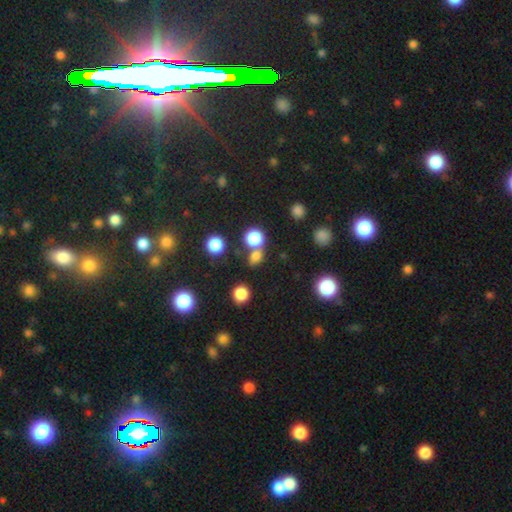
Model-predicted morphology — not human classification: smooth_or_featured: smooth (p=0.75) [alt: star or artifact p=0.18]
how_rounded: round (p=0.72) [alt: in between p=0.27]
merging: none (p=0.52) [alt: merger p=0.35]